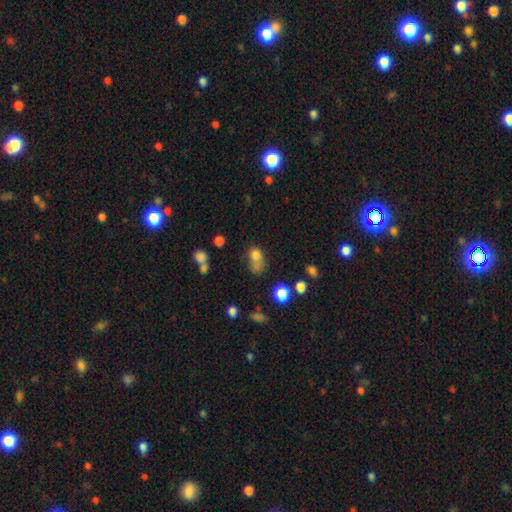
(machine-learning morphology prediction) Smooth or featured: smooth — 75% (star or artifact — 14%)
How rounded: in between — 54% (round — 44%)
Merging: merger — 36% (none — 31%)